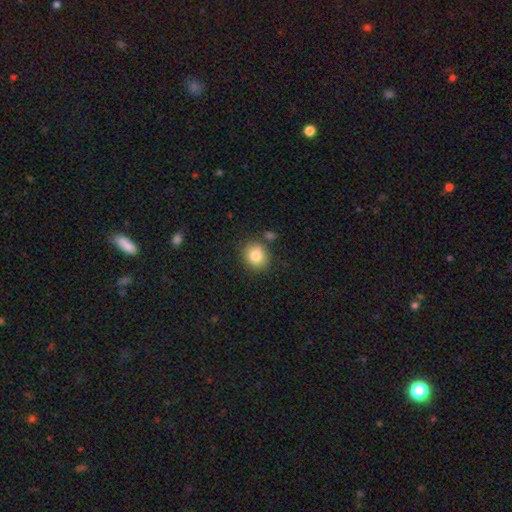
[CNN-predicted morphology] smooth_or_featured: smooth (p=0.83) [alt: star or artifact p=0.09]
how_rounded: round (p=0.76) [alt: in between p=0.23]
merging: none (p=0.78) [alt: minor disturbance p=0.11]